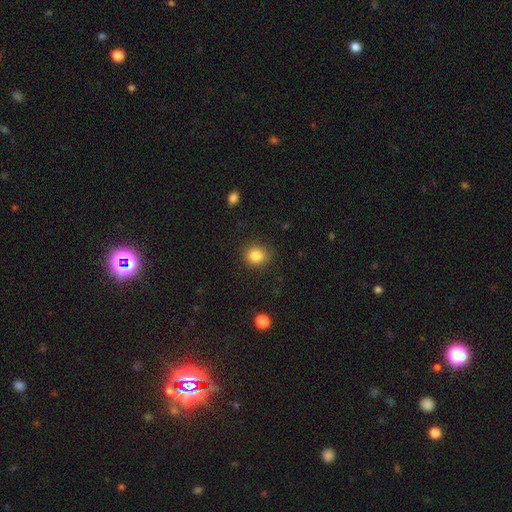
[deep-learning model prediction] Morphology: type=smooth (85%); roundness=round (75%); merging=none (86%).